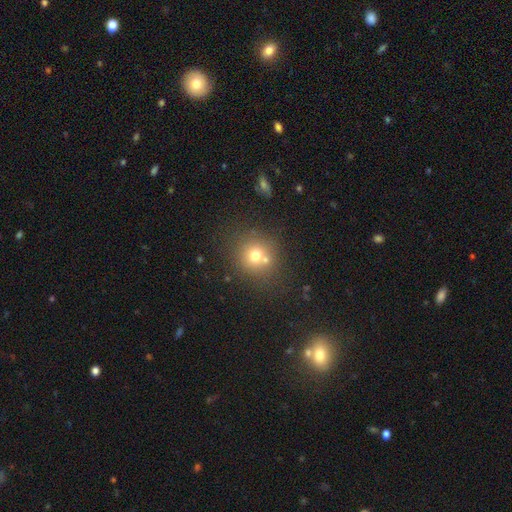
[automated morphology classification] Smooth or featured? Predicted: smooth (p=0.69). How rounded? Predicted: round (p=0.89). Merging? Predicted: none (p=0.62).